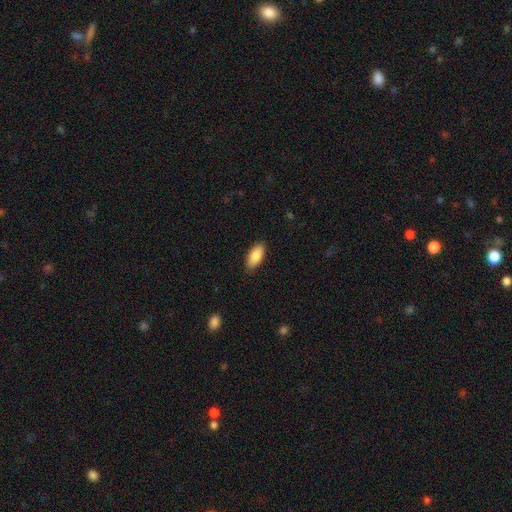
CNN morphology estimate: This appears to be a smooth galaxy with no disk features (87%) that is in between round and cigar-shaped (86%). Merging: none (86%).